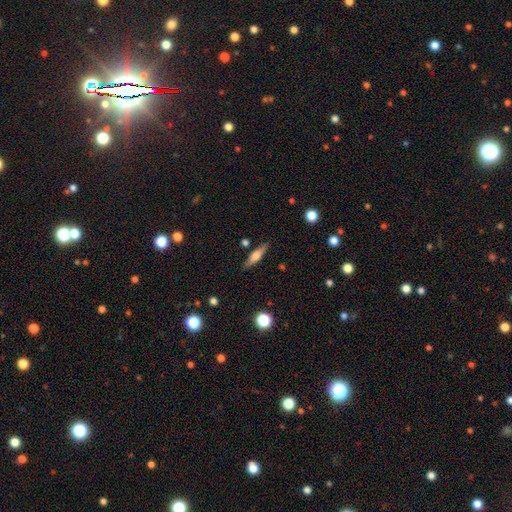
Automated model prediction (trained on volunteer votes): Q: Smooth or featured?
A: featured or disk (51%); runner-up: smooth (42%)
Q: Edge-on disk?
A: yes (93%); runner-up: no (7%)
Q: Merging?
A: none (86%); runner-up: minor disturbance (10%)